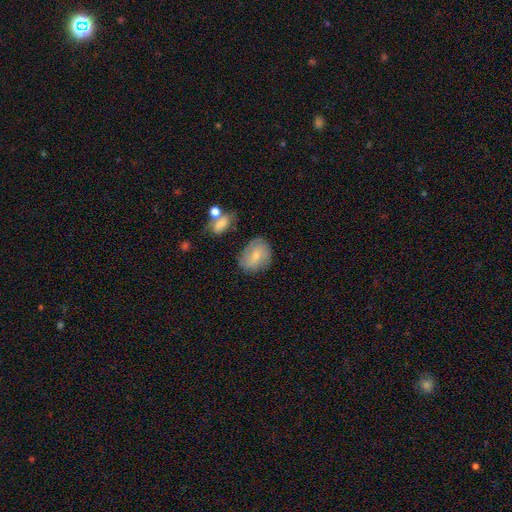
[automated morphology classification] Smooth or featured? smooth (50%)
Merging? none (64%)